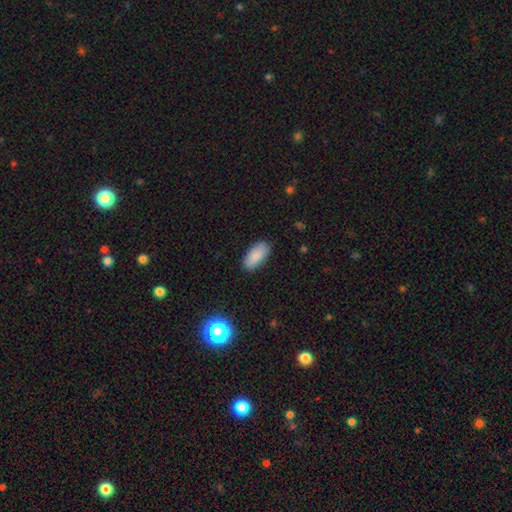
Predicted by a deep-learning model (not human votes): A smooth galaxy with no disk features (87%) that is in between round and cigar-shaped (92%). Merging: none (86%).